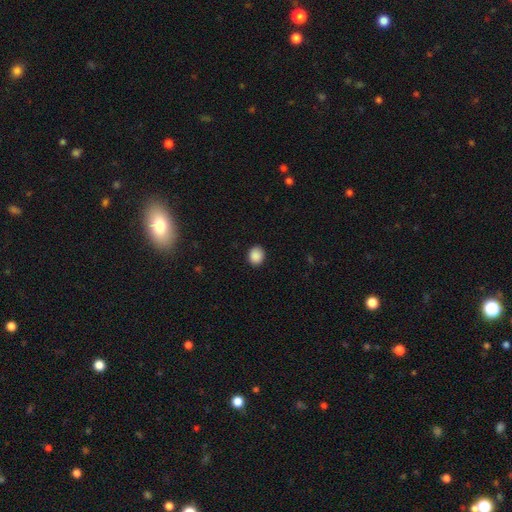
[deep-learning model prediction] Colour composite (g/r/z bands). It shows a smooth galaxy with no disk features (89%) that is round (70%). Merging: none (90%).